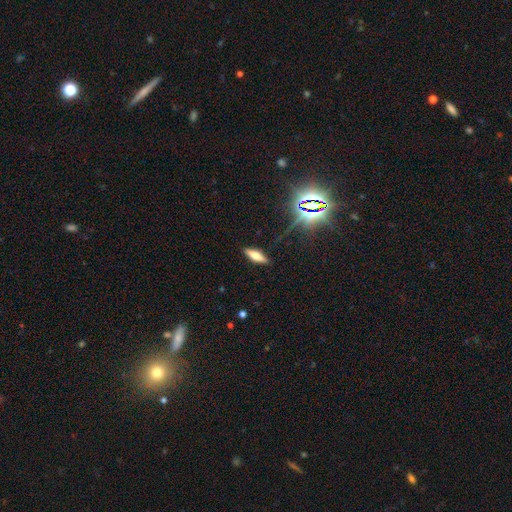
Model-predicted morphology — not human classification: Smooth or featured: smooth — 56% (featured or disk — 30%)
How rounded: cigar-shaped — 52% (in between — 45%)
Merging: none — 88% (minor disturbance — 9%)